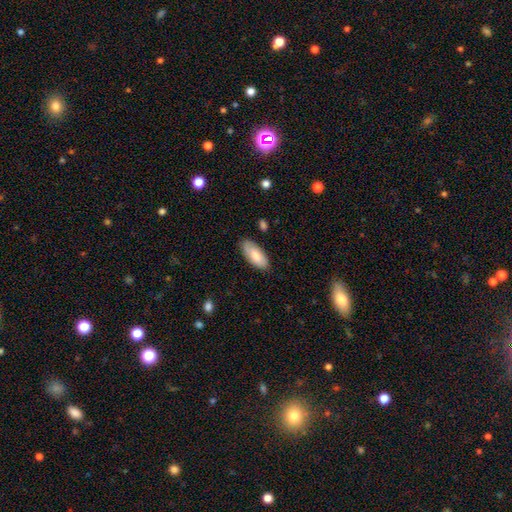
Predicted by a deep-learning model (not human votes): smooth_or_featured: smooth (p=0.78) [alt: featured or disk p=0.16]
how_rounded: in between (p=0.89) [alt: cigar-shaped p=0.09]
merging: none (p=0.83) [alt: minor disturbance p=0.13]